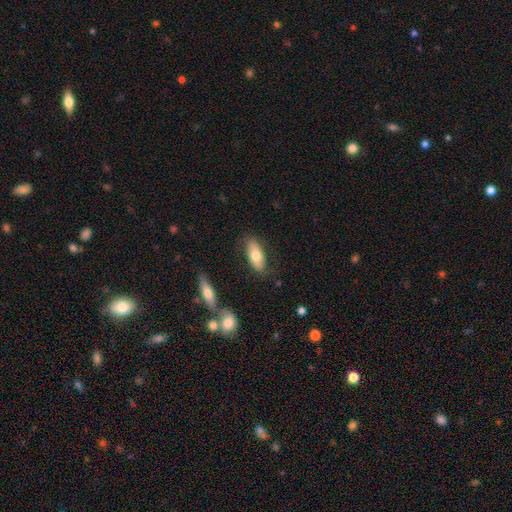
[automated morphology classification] Smooth or featured? smooth (70%)
How rounded? in between (83%)
Merging? none (80%)